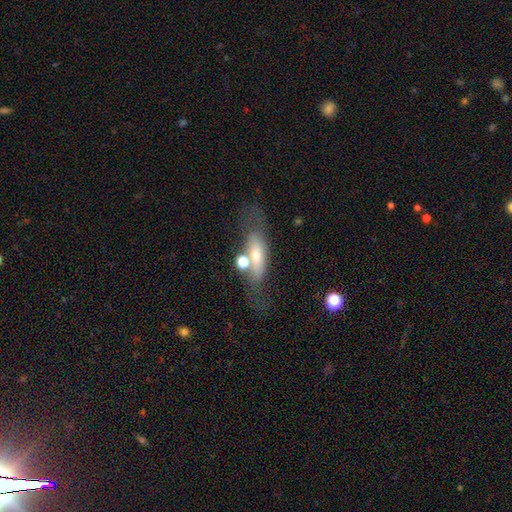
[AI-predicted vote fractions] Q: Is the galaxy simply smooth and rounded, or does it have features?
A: smooth — 46%.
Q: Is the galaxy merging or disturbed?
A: none — 48%.